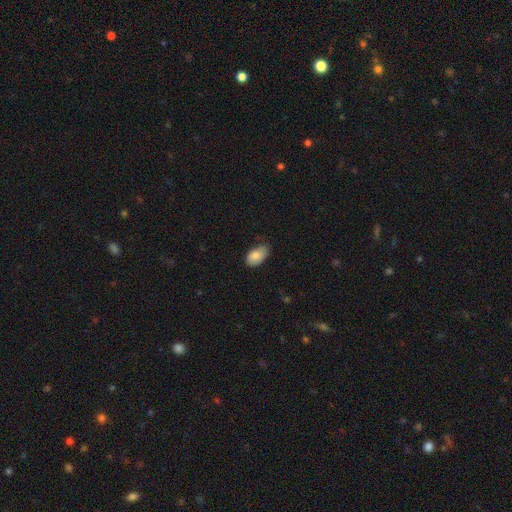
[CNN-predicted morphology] A smooth galaxy with no disk features (82%) that is in between round and cigar-shaped (92%).

Vote fractions:
- Smooth or featured? smooth: 82% / featured or disk: 11% / star or artifact: 7%
- How rounded? in between: 92% / round: 7% / cigar-shaped: 1%
- Merging? none: 59% / minor disturbance: 34% / major disturbance: 6% / merger: 1%